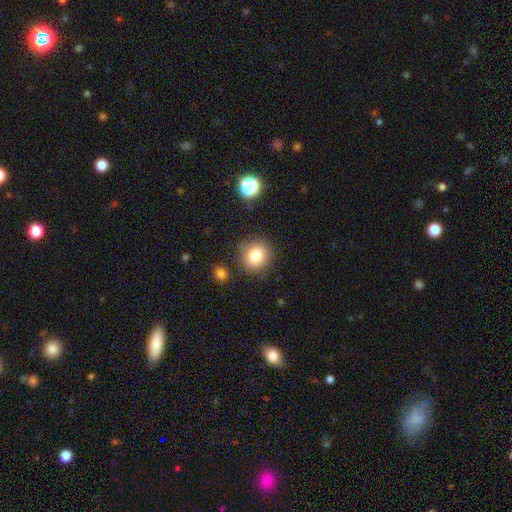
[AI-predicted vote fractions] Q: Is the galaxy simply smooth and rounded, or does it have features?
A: smooth — 81%.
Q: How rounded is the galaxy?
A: round — 89%.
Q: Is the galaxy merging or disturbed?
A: none — 84%.